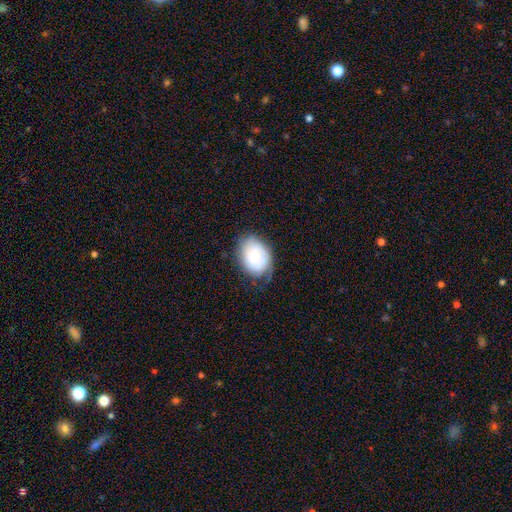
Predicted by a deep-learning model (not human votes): This is possibly a smooth galaxy (59%). How rounded: likely in between (68%). Merging: possibly none (57%).